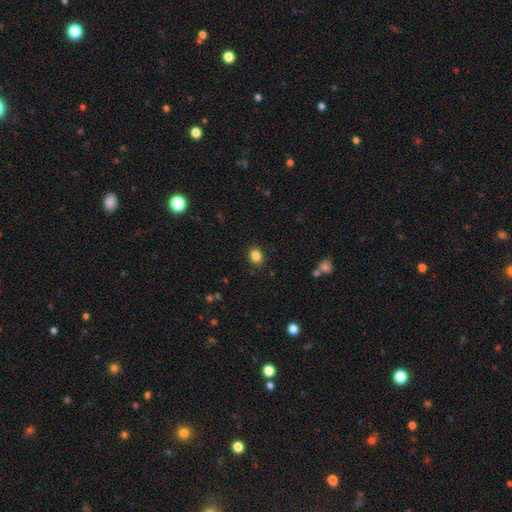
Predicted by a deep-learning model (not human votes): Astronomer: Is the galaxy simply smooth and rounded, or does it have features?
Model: smooth — 85%.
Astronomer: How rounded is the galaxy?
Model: round — 54% (runner-up: in between, 45%).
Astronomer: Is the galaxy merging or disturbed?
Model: none — 89%.